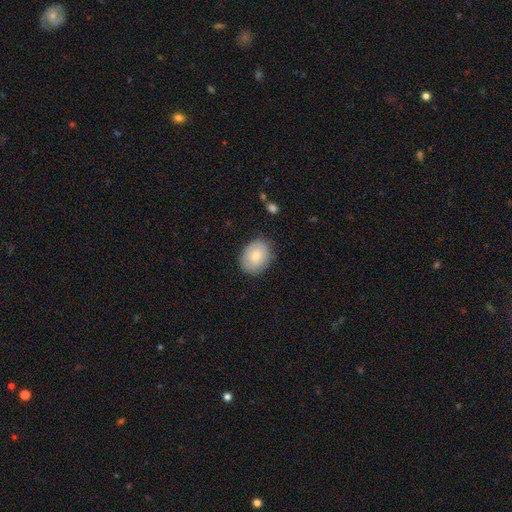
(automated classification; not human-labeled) Smooth or featured?
  - smooth: 72% *
  - featured or disk: 21%
  - star or artifact: 7%
How rounded?
  - in between: 57% *
  - round: 42%
  - cigar-shaped: 1%
Merging?
  - none: 81% *
  - minor disturbance: 15%
  - major disturbance: 3%
  - merger: 1%